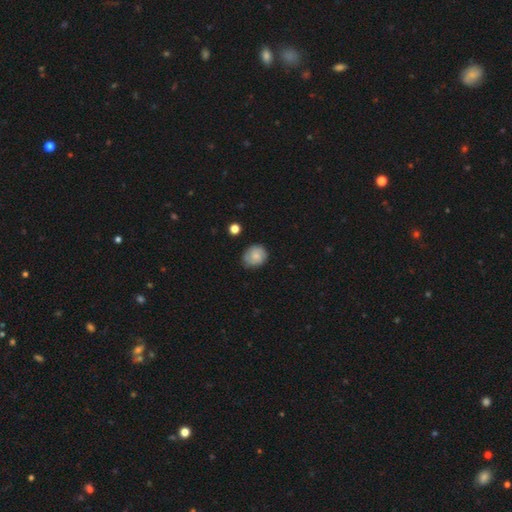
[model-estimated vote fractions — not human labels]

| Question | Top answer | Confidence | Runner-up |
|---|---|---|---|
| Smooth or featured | smooth | 65% | featured or disk (27%) |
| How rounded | round | 74% | in between (25%) |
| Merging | none | 73% | minor disturbance (21%) |